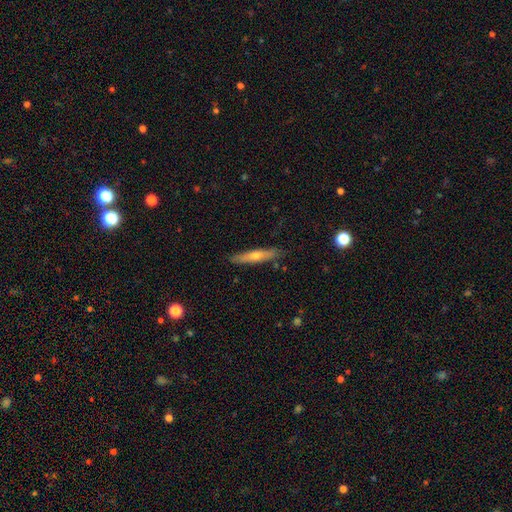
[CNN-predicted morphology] A featured or disk galaxy (47%, tied with smooth).

Vote fractions:
- Smooth or featured? featured or disk: 47% (tied) / smooth: 47% (tied) / star or artifact: 6%
- Merging? none: 87% / minor disturbance: 10% / major disturbance: 2% / merger: 2%